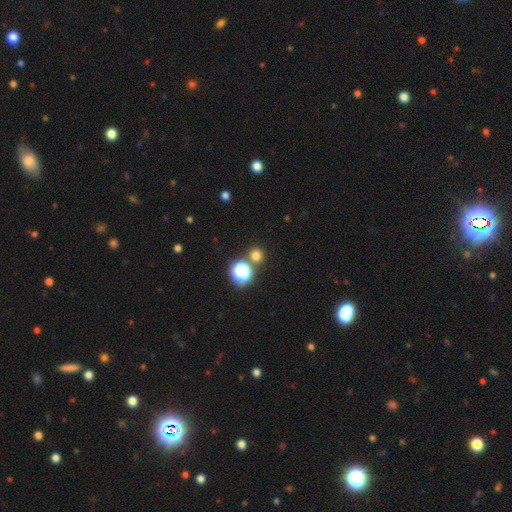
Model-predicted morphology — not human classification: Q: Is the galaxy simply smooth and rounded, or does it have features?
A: smooth — 71%.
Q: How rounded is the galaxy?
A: round — 91%.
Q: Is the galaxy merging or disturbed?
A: none — 78%.